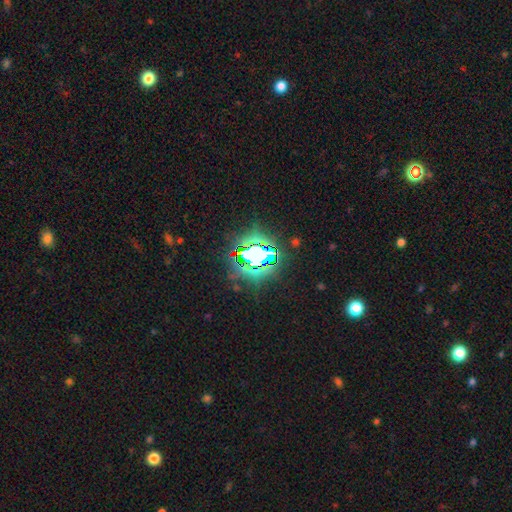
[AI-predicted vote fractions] smooth-or-featured: star or artifact: 75% | smooth: 14% | featured or disk: 11%